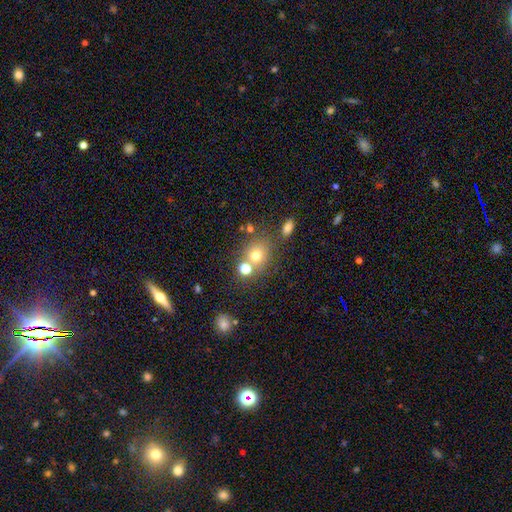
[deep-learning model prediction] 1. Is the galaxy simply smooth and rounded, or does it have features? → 71% smooth, 17% star or artifact, 12% featured or disk.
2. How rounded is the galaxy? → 77% round, 22% in between, 1% cigar-shaped.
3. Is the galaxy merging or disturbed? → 61% none, 23% merger, 11% minor disturbance, 5% major disturbance.